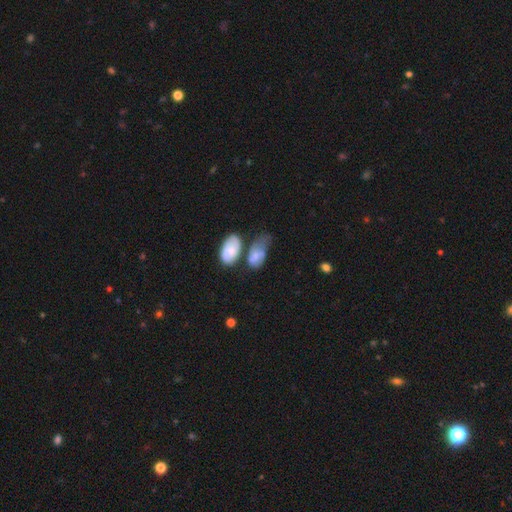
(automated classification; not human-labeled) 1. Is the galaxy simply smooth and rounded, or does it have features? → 66% smooth, 26% featured or disk, 8% star or artifact.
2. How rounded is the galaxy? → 86% in between, 11% round, 3% cigar-shaped.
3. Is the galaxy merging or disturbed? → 30% merger, 25% minor disturbance, 24% none, 21% major disturbance.